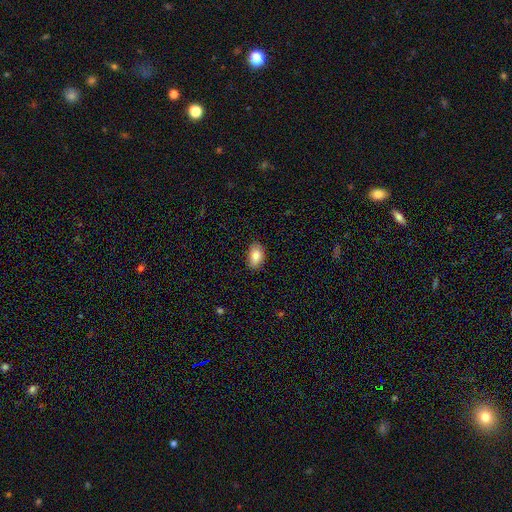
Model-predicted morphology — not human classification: A smooth galaxy with no disk features (84%) that is in between round and cigar-shaped (89%). Merging: none (85%).